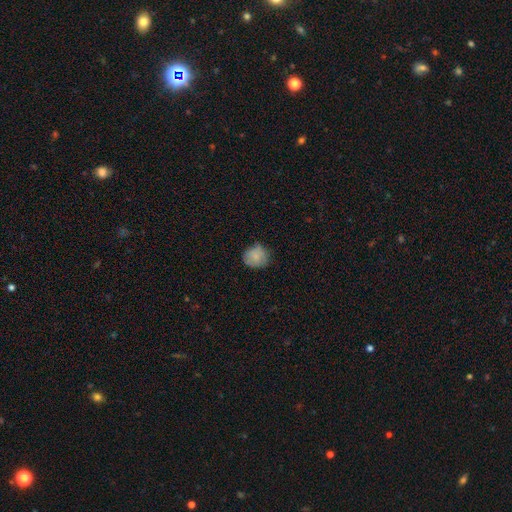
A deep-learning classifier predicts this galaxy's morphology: This appears to be a smooth galaxy with no disk features (79%) that is round (84%). Merging: none (69%).